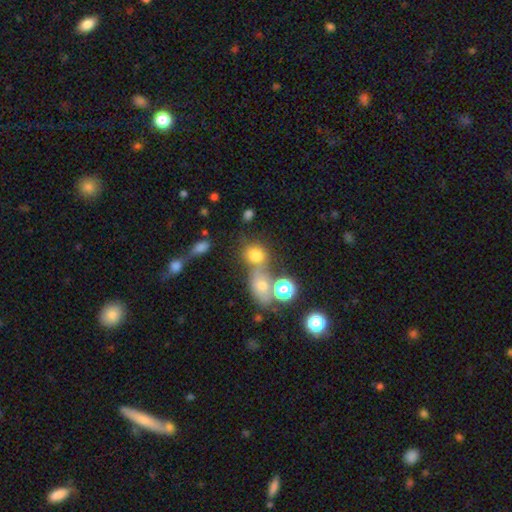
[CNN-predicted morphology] This appears to be a smooth galaxy with no disk features (73%) that is round (67%). Merging: merger (43%).